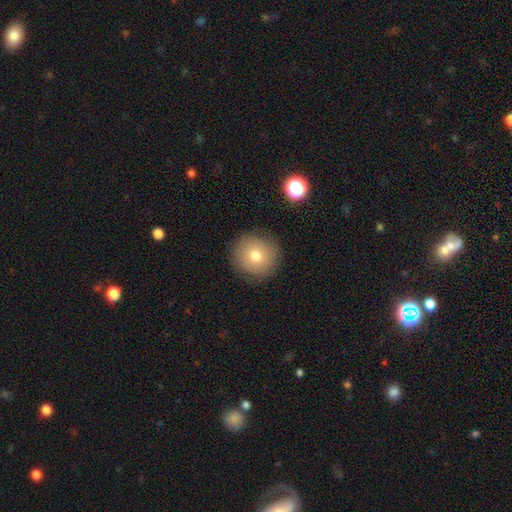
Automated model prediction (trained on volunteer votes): This is likely a smooth galaxy (75%). How rounded: clearly round (93%). Merging: clearly none (87%).